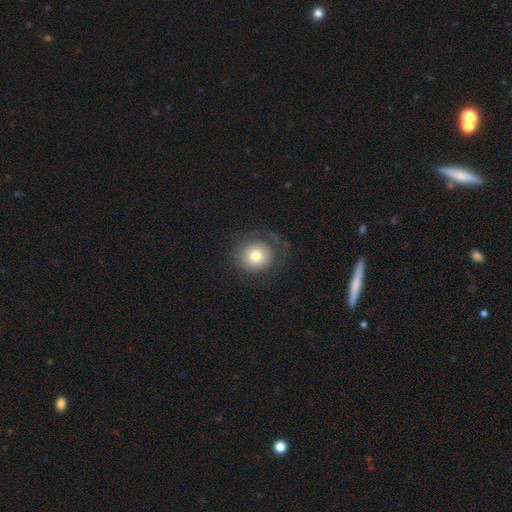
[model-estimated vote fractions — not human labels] The model was most divided on "smooth or featured": smooth: 68%, featured or disk: 23%, star or artifact: 9%. More confident: how rounded — round (88%); merging — none (69%).